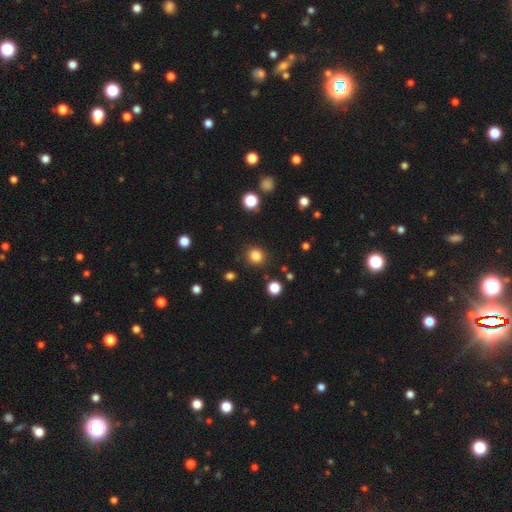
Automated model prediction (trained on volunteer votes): The model was most divided on "smooth or featured": smooth: 83%, star or artifact: 13%, featured or disk: 4%. More confident: how rounded — round (91%); merging — none (89%).